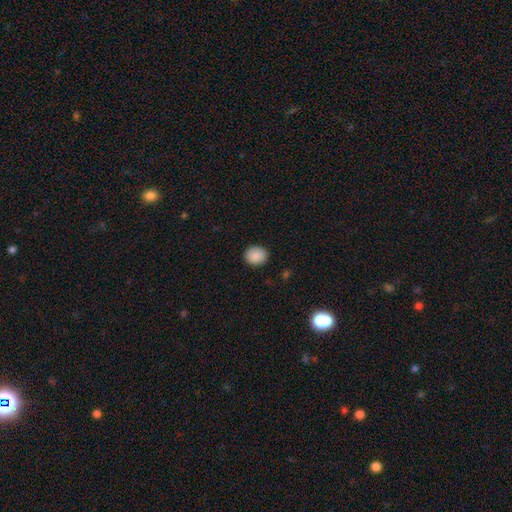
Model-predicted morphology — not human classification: smooth-or-featured: smooth: 89% | star or artifact: 8% | featured or disk: 3%
  how-rounded: round: 63% | in between: 37% | cigar-shaped: 1%
  merging: none: 90% | minor disturbance: 7% | major disturbance: 2% | merger: 1%